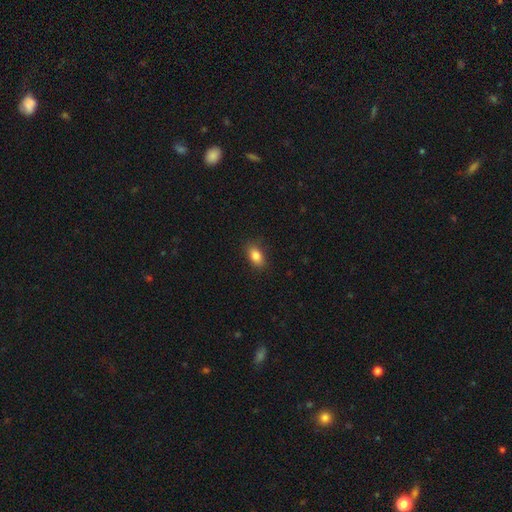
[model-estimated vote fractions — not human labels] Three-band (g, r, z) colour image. It shows a smooth galaxy with no disk features (85%) that is in between round and cigar-shaped (86%). Merging: none (86%).